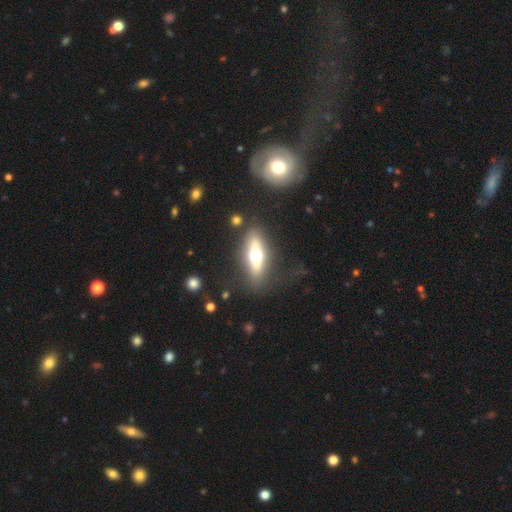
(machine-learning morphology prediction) smooth_or_featured: featured or disk (p=0.51) [alt: smooth p=0.41]
disk_edge_on: yes (p=0.77) [alt: no p=0.23]
merging: none (p=0.78) [alt: minor disturbance p=0.12]